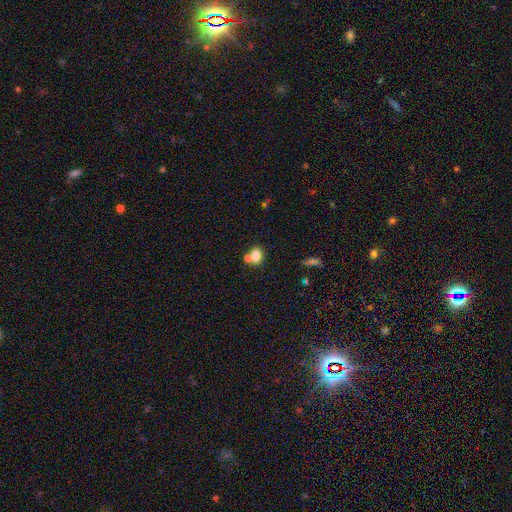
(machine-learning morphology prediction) A smooth galaxy with no disk features (78%) that is in between round and cigar-shaped (54%). Merging: none (50%).